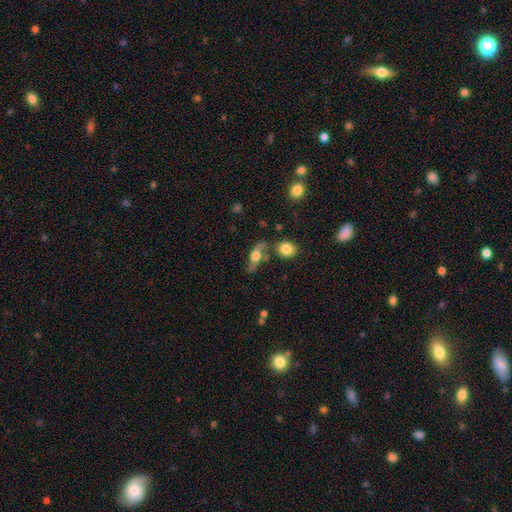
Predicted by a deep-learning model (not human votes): smooth-or-featured: featured or disk: 55% | smooth: 36% | star or artifact: 8%
  disk-edge-on: no: 62% | yes: 38%
  merging: none: 61% | minor disturbance: 19% | merger: 10% | major disturbance: 9%